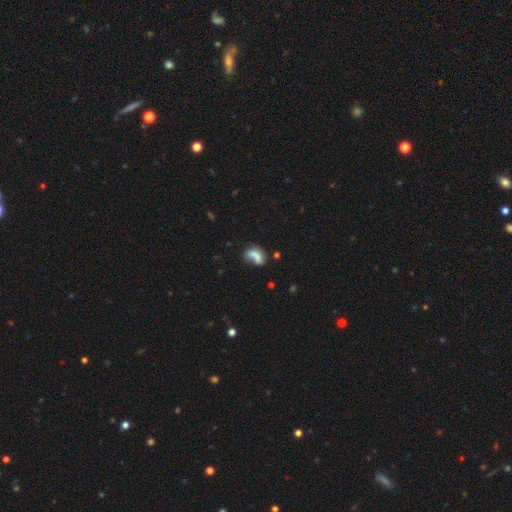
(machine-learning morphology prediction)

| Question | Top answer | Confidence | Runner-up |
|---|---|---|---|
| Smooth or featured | smooth | 64% | featured or disk (25%) |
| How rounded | in between | 77% | round (16%) |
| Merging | merger | 39% | none (30%) |